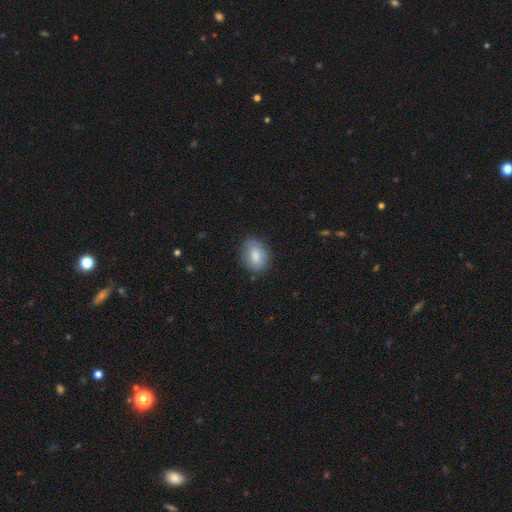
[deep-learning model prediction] smooth-or-featured: smooth: 83% | featured or disk: 10% | star or artifact: 7%
  how-rounded: in between: 74% | round: 24% | cigar-shaped: 1%
  merging: none: 80% | minor disturbance: 16% | major disturbance: 3% | merger: 1%